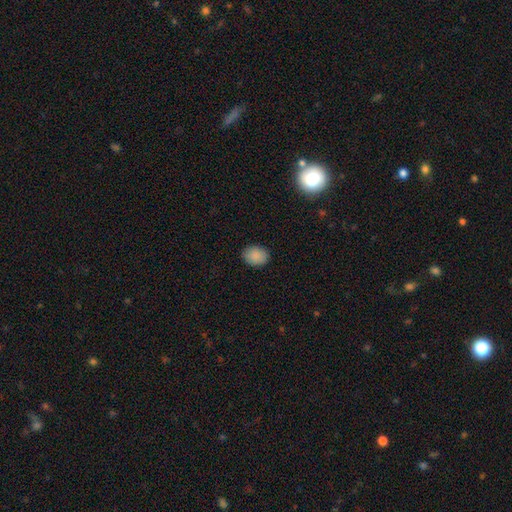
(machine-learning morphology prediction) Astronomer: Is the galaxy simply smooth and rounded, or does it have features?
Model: smooth — 88%.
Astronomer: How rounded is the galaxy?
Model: in between — 53% (runner-up: round, 46%).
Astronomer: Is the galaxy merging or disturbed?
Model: none — 88%.